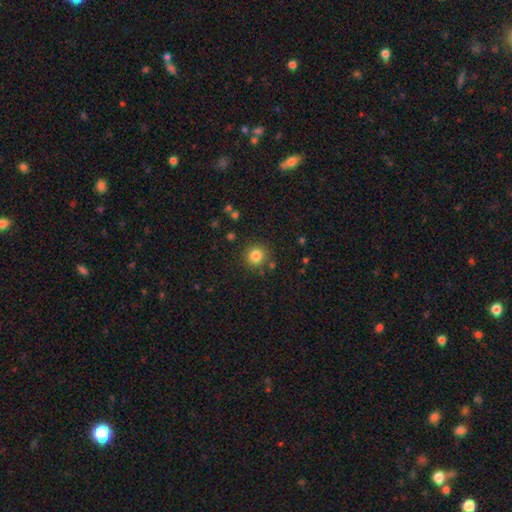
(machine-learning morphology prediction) smooth_or_featured: smooth (p=0.83) [alt: star or artifact p=0.12]
how_rounded: round (p=0.93) [alt: in between p=0.06]
merging: none (p=0.87) [alt: minor disturbance p=0.07]